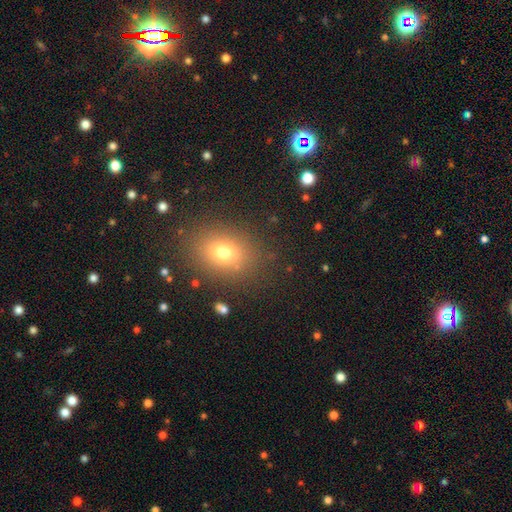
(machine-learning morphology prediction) Smooth or featured? Predicted: smooth (p=0.62). How rounded? Predicted: in between (p=0.64). Merging? Predicted: none (p=0.88).